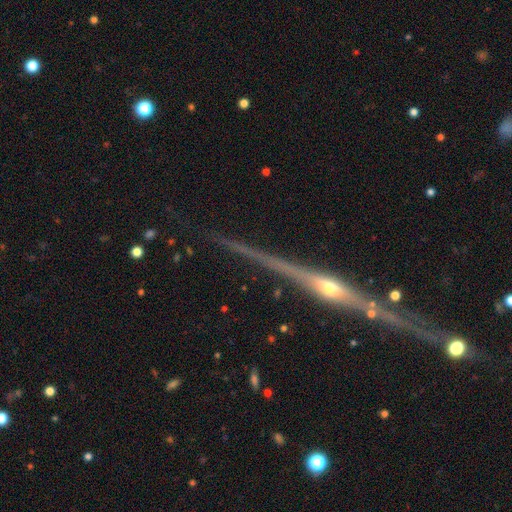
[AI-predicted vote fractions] The model was most divided on "edge-on bulge": rounded: 81%, none: 12%, boxy: 8%. More confident: edge-on disk — yes (97%); smooth or featured — featured or disk (84%); merging — none (83%).